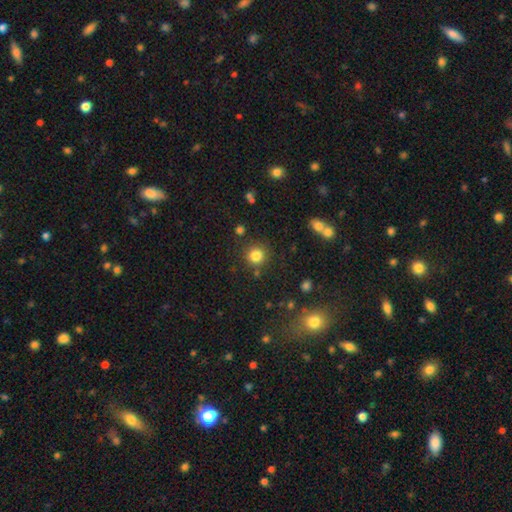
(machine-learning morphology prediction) smooth 82%, star or artifact 12%, featured or disk 5%. Down the decision tree: how rounded — round (93%); merging — none (84%).